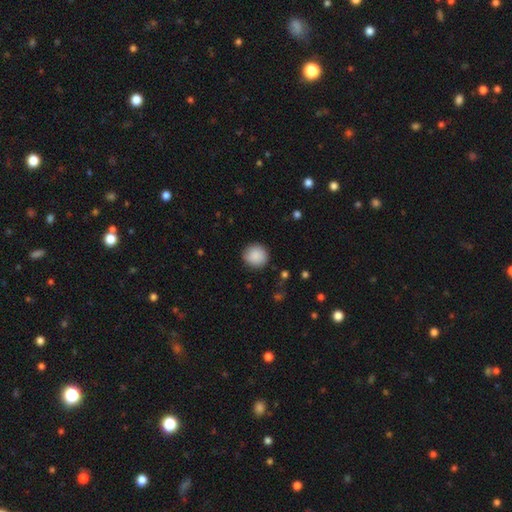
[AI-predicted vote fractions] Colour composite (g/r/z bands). It shows a smooth galaxy with no disk features (89%) that is round (93%). Merging: none (89%).